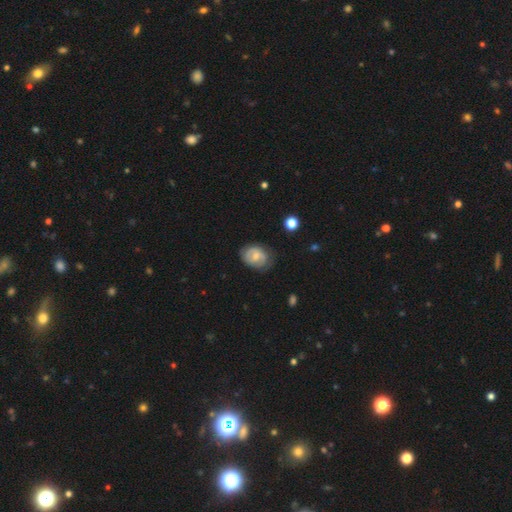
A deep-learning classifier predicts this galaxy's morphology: A featured or disk galaxy (48%). Merging: none (62%).